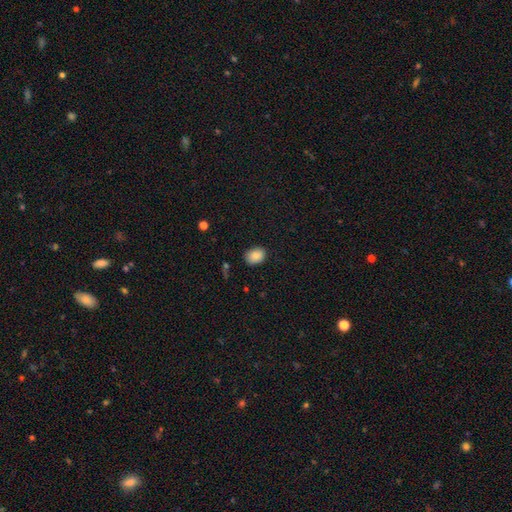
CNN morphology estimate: Overall: smooth (87%). How rounded: in between (70%). Merging: none (85%).